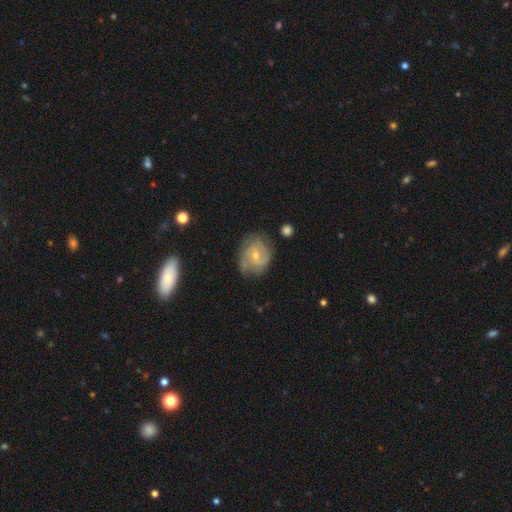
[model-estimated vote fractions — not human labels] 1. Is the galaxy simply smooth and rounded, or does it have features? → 73% featured or disk, 21% smooth, 6% star or artifact.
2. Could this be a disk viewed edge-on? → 97% no, 3% yes.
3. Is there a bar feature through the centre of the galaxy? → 55% no, 39% weak, 6% strong.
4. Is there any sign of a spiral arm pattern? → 90% yes, 10% no.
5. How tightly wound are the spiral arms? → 48% tight, 39% medium, 13% loose.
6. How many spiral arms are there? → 43% 2, 28% can't tell, 18% 3, 5% 1, 4% 4, 3% more than 4.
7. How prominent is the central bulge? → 61% small, 35% moderate, 2% none, 1% large, 1% dominant.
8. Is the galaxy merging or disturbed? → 65% none, 24% minor disturbance, 8% major disturbance, 2% merger.